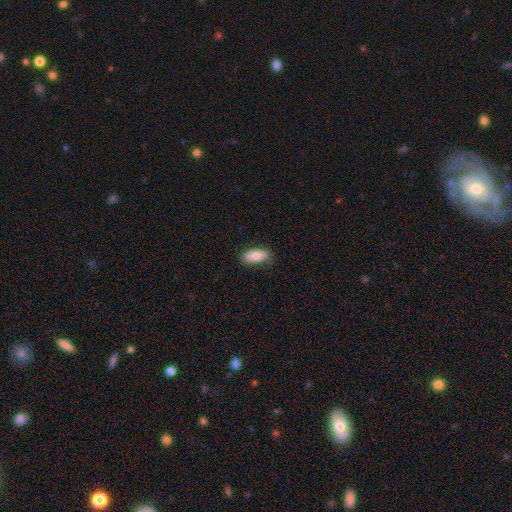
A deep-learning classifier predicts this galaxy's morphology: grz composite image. It shows a smooth galaxy with no disk features (79%) that is in between round and cigar-shaped (87%). Merging: none (79%).